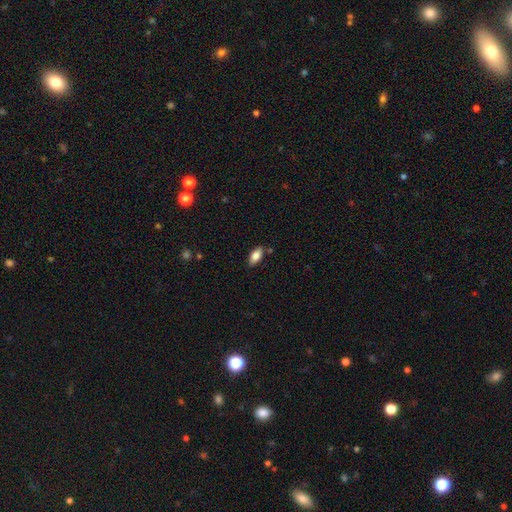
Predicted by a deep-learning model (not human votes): Smooth or featured?
  - smooth: 82% *
  - featured or disk: 11%
  - star or artifact: 7%
How rounded?
  - in between: 89% *
  - cigar-shaped: 8%
  - round: 3%
Merging?
  - none: 83% *
  - minor disturbance: 12%
  - merger: 3%
  - major disturbance: 2%